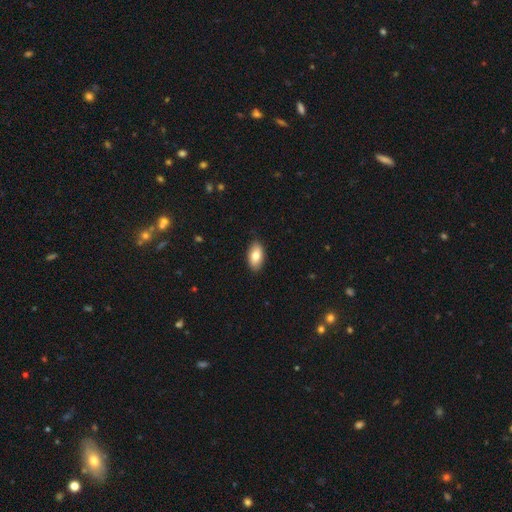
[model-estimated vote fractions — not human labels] Smooth or featured?
  - smooth: 81% *
  - featured or disk: 13%
  - star or artifact: 7%
How rounded?
  - in between: 94% *
  - round: 4%
  - cigar-shaped: 3%
Merging?
  - none: 87% *
  - minor disturbance: 10%
  - major disturbance: 2%
  - merger: 1%